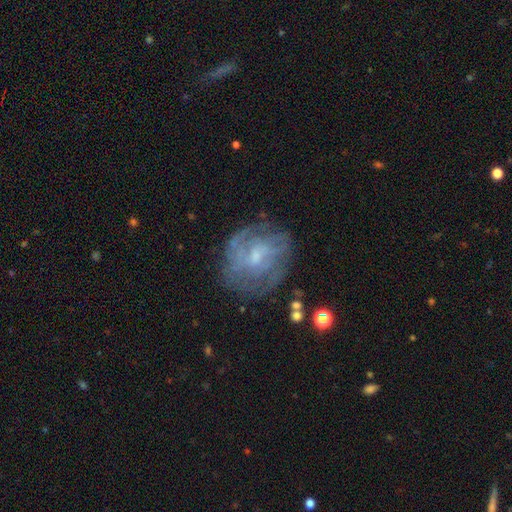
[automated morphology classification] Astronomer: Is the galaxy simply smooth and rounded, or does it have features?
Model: featured or disk — 69%.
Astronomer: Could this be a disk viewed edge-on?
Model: no — 97%.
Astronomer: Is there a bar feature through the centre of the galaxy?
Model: no — 54% (runner-up: weak, 40%).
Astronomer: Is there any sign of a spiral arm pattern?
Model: yes — 68%.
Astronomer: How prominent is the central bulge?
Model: small — 52% (runner-up: moderate, 35%).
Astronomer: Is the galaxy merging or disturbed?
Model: none — 68%.